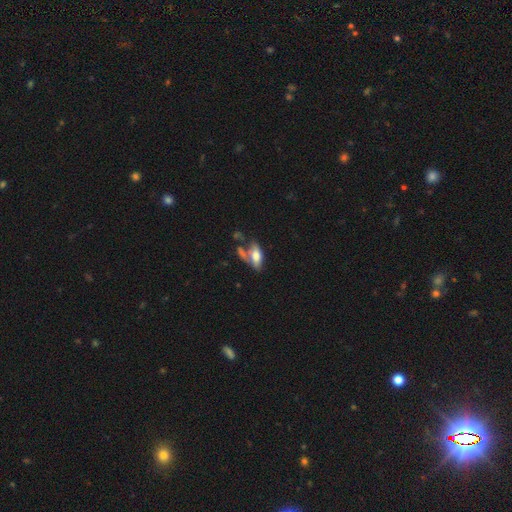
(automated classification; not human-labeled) Smooth or featured? Predicted: smooth (p=0.59). How rounded? Predicted: in between (p=0.83). Merging? Predicted: merger (p=0.34).